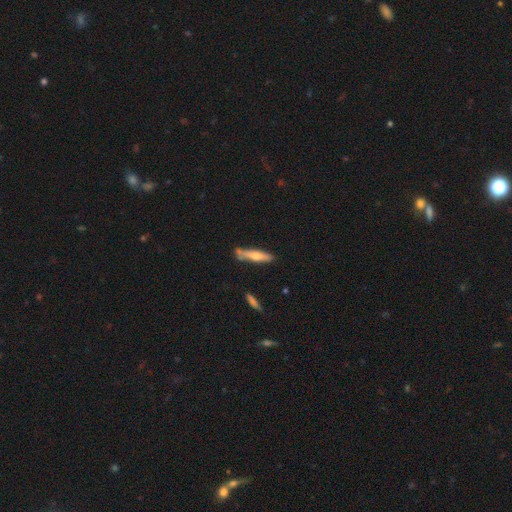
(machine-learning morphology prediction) Smooth or featured: smooth — 51% (featured or disk — 43%)
How rounded: cigar-shaped — 87% (in between — 11%)
Merging: none — 73% (minor disturbance — 17%)